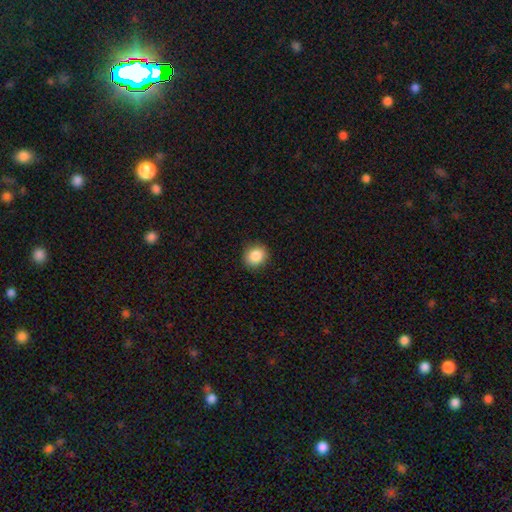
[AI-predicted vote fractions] The model was most divided on "how rounded": round: 75%, in between: 24%, cigar-shaped: 1%. More confident: merging — none (89%); smooth or featured — smooth (87%).